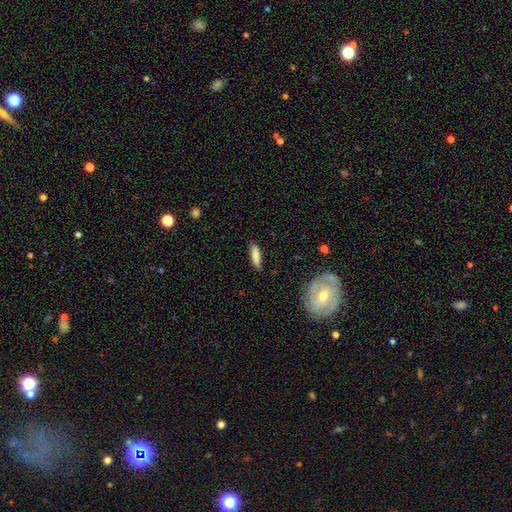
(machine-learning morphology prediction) This is clearly a smooth galaxy (81%). How rounded: likely cigar-shaped (63%). Merging: clearly none (85%).